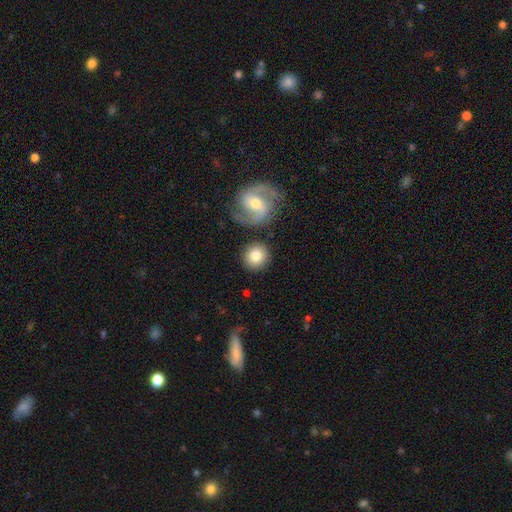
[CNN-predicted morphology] type=smooth (76%); roundness=round (91%); merging=none (83%).